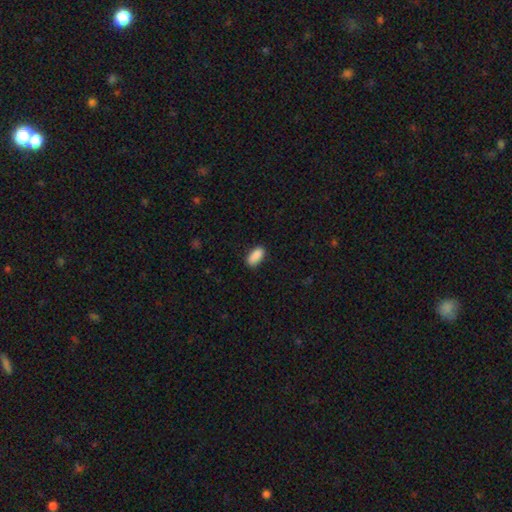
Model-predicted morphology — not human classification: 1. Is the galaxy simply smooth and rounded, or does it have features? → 90% smooth, 7% star or artifact, 3% featured or disk.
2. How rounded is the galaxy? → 90% in between, 8% cigar-shaped, 3% round.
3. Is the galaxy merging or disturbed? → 84% none, 12% minor disturbance, 2% major disturbance, 1% merger.